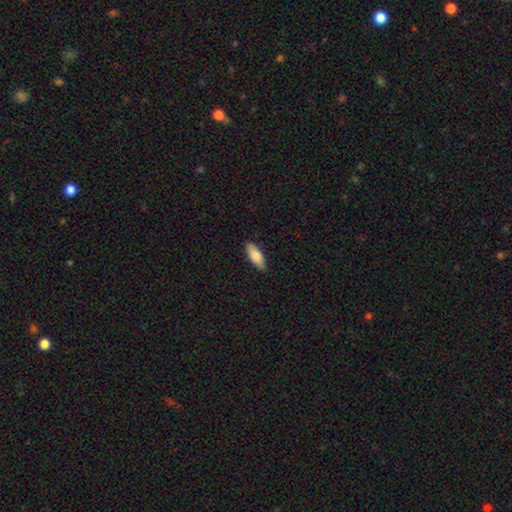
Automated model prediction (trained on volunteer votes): Smooth or featured? Predicted: smooth (p=0.86). How rounded? Predicted: in between (p=0.74). Merging? Predicted: none (p=0.89).